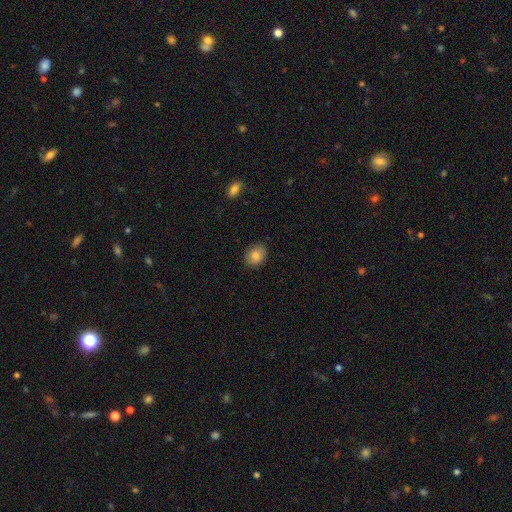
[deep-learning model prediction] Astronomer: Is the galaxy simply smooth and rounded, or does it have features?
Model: smooth — 83%.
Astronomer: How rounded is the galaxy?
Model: round — 56% (runner-up: in between, 43%).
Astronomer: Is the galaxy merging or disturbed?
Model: none — 84%.